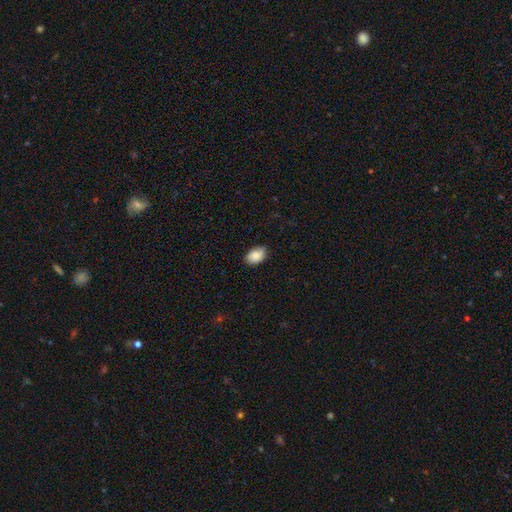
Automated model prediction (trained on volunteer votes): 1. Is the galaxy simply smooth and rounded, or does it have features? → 87% smooth, 7% star or artifact, 6% featured or disk.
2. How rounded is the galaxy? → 87% in between, 12% round, 1% cigar-shaped.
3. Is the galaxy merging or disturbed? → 82% none, 14% minor disturbance, 2% major disturbance, 1% merger.